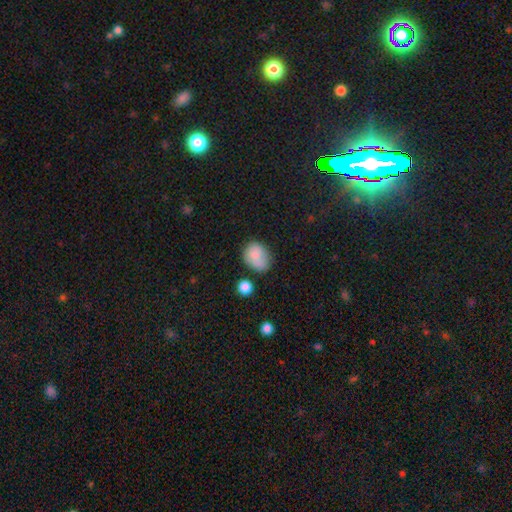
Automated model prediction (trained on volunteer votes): Smooth or featured: smooth — 79% (featured or disk — 12%)
How rounded: in between — 58% (round — 41%)
Merging: none — 51% (minor disturbance — 29%)